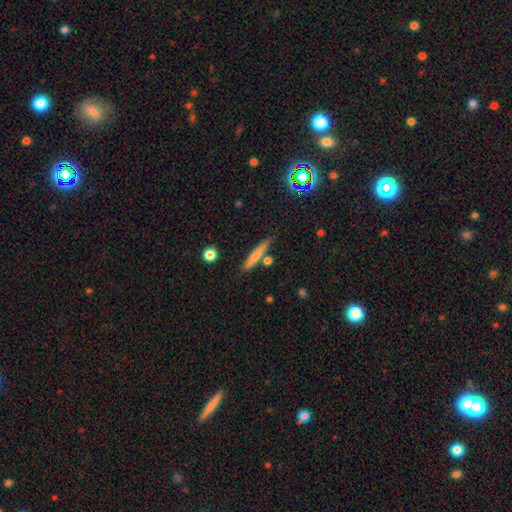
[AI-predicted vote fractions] This appears to be a smooth galaxy with no disk features (64%) that is cigar-shaped (91%). Merging: none (77%).